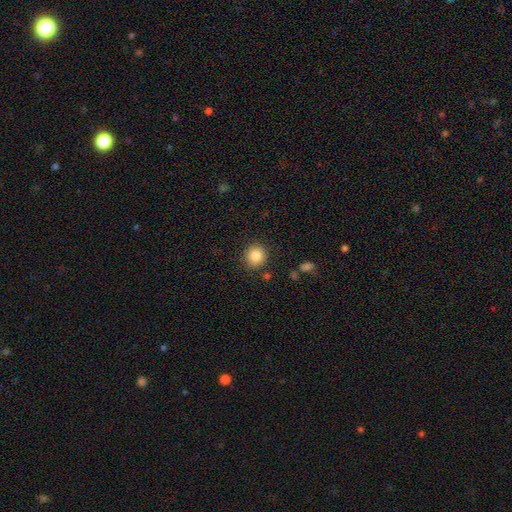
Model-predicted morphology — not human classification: Smooth or featured? smooth (85%)
How rounded? round (89%)
Merging? none (88%)